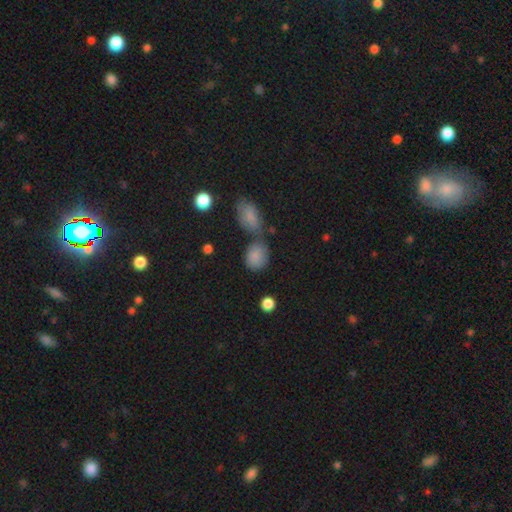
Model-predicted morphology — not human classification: A smooth galaxy with no disk features (84%) that is round (51%).

Vote fractions:
- Smooth or featured? smooth: 84% / star or artifact: 9% / featured or disk: 7%
- How rounded? round: 51% / in between: 47% / cigar-shaped: 2%
- Merging? none: 49% / merger: 28% / minor disturbance: 16% / major disturbance: 7%